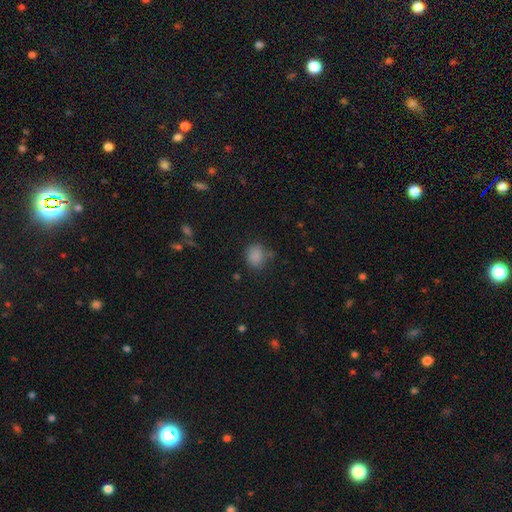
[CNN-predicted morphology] type=smooth (84%); roundness=round (67%); merging=none (71%).